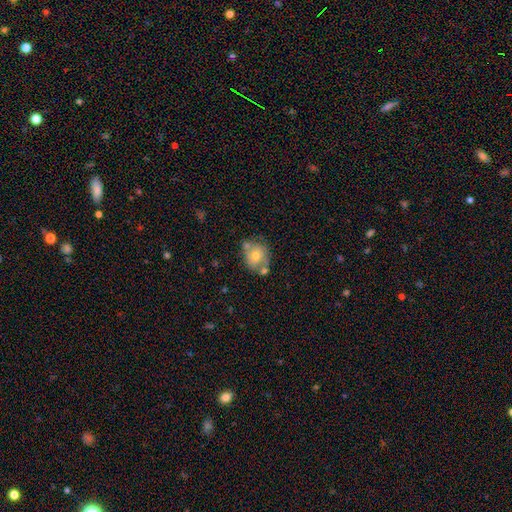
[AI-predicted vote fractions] smooth-or-featured: smooth: 59% | featured or disk: 33% | star or artifact: 8%
  how-rounded: round: 61% | in between: 38% | cigar-shaped: 1%
  merging: none: 48% | merger: 25% | minor disturbance: 20% | major disturbance: 7%